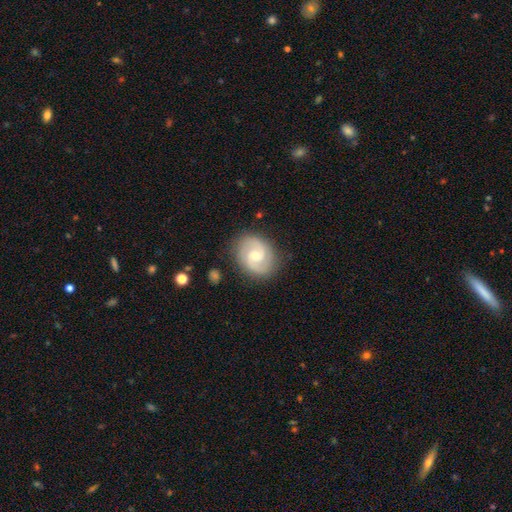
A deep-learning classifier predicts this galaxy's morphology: Smooth or featured? Predicted: featured or disk (p=0.83). Edge-on disk? Predicted: no (p=0.98). Bar? Predicted: no (p=0.48). Spiral arms? Predicted: yes (p=0.96). Spiral winding? Predicted: medium (p=0.53). Spiral arm count? Predicted: 2 (p=0.91). Bulge size? Predicted: moderate (p=0.57). Merging? Predicted: none (p=0.84).